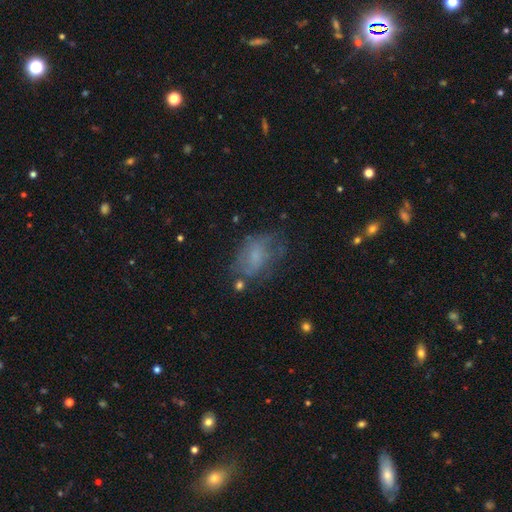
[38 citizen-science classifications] Smooth or featured: smooth — 53% (featured or disk — 42%)
How rounded: in between — 85% (round — 15%)
Merging: none — 58% (major disturbance — 22%)